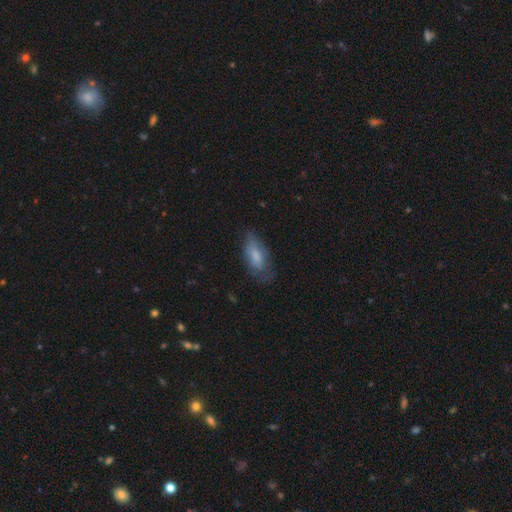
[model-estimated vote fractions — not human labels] Smooth or featured: smooth — 68% (featured or disk — 25%)
How rounded: in between — 79% (cigar-shaped — 18%)
Merging: none — 58% (minor disturbance — 28%)